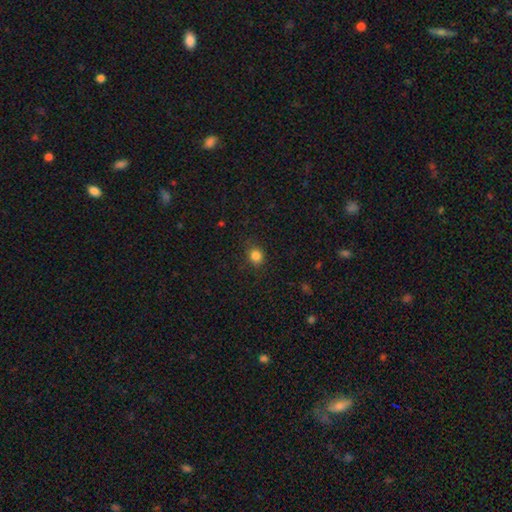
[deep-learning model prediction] Overall: smooth (84%). How rounded: round (80%). Merging: none (84%).